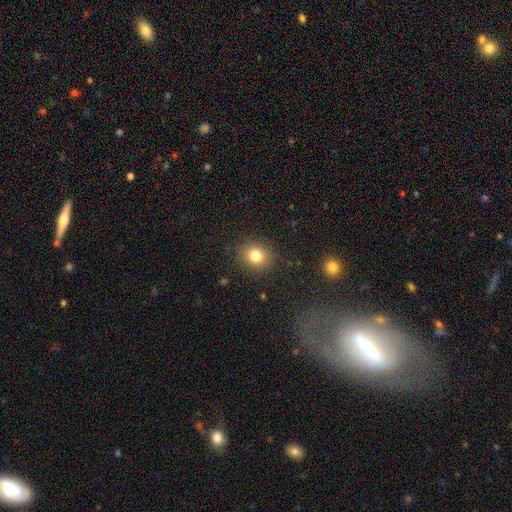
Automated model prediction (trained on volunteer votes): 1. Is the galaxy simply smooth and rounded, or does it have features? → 81% smooth, 12% star or artifact, 7% featured or disk.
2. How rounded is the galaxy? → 70% round, 30% in between, 1% cigar-shaped.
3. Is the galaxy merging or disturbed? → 88% none, 8% minor disturbance, 3% major disturbance, 1% merger.